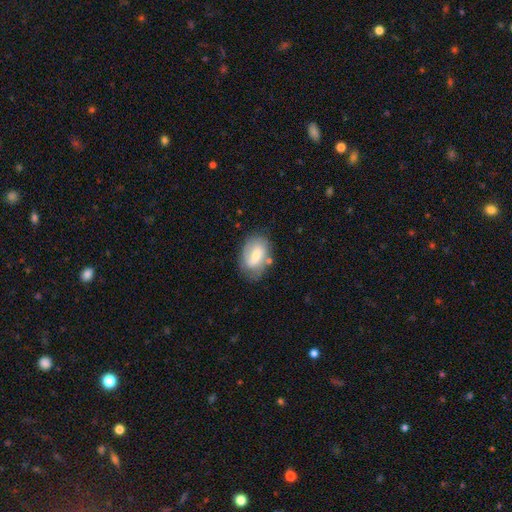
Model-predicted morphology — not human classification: Smooth or featured? Predicted: smooth (p=0.49). Merging? Predicted: none (p=0.67).